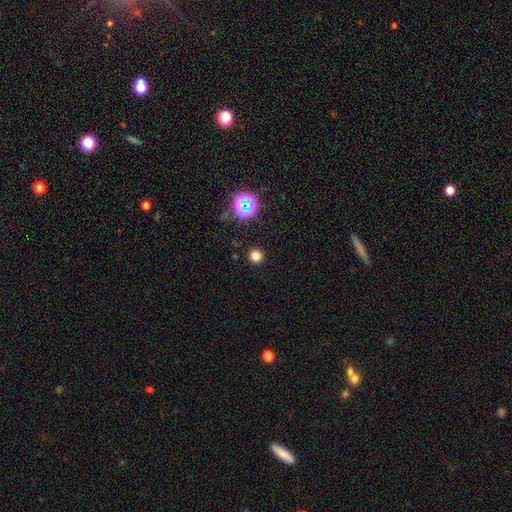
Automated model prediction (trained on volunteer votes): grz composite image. It shows a smooth galaxy with no disk features (76%) that is round (94%). Merging: none (91%).